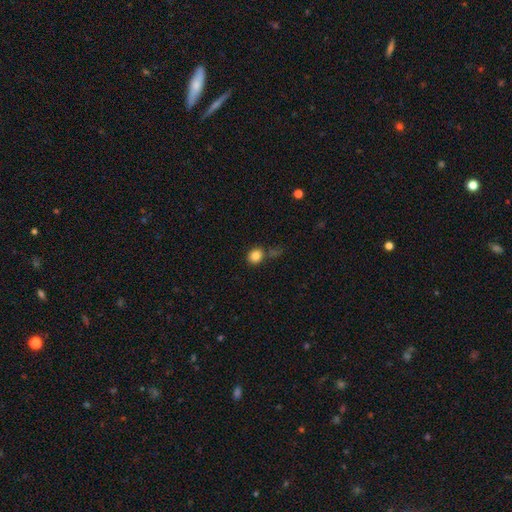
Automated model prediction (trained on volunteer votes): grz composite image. It shows a smooth galaxy with no disk features (84%) that is round (77%). Merging: none (70%).